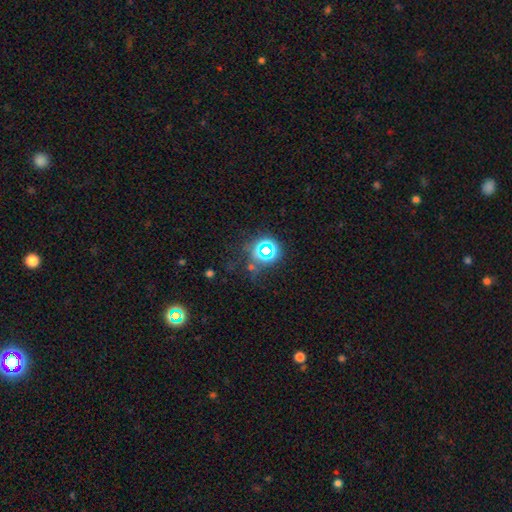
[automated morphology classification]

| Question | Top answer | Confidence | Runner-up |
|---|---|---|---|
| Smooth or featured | star or artifact | 49% | smooth (37%) |